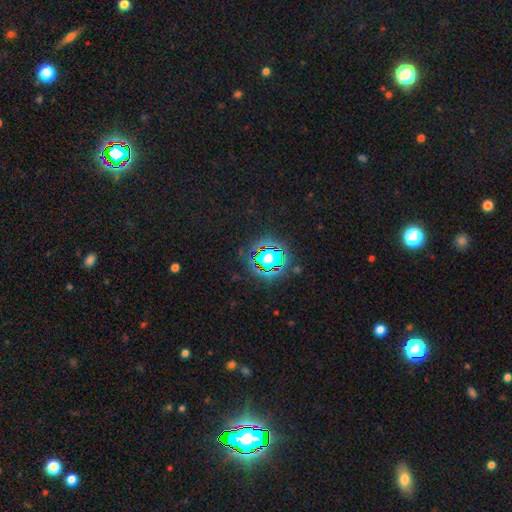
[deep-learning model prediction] A star or artifact, not a galaxy (82%).